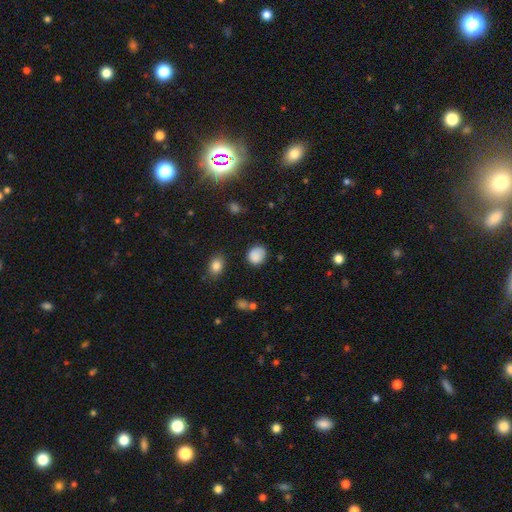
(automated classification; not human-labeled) A smooth galaxy with no disk features (85%) that is round (67%). Merging: none (76%).